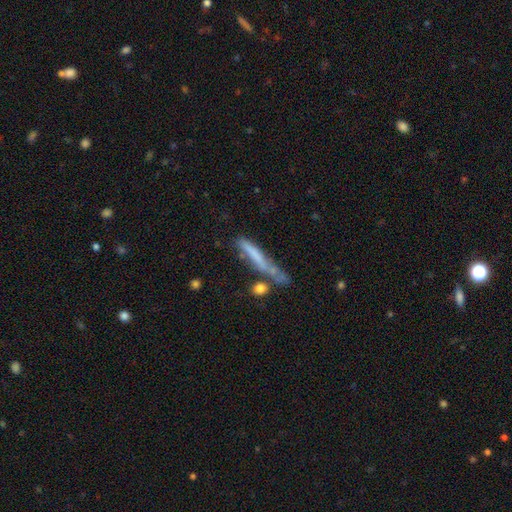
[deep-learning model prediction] Smooth or featured? Predicted: smooth (p=0.52). How rounded? Predicted: cigar-shaped (p=0.93). Merging? Predicted: none (p=0.44).